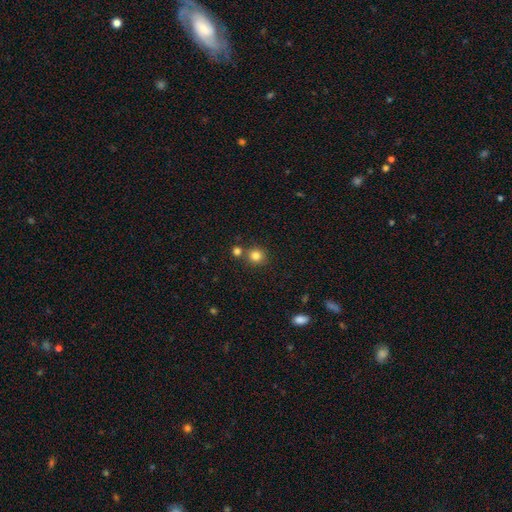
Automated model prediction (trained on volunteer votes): Smooth or featured: smooth — 82% (star or artifact — 12%)
How rounded: round — 88% (in between — 11%)
Merging: none — 73% (merger — 16%)